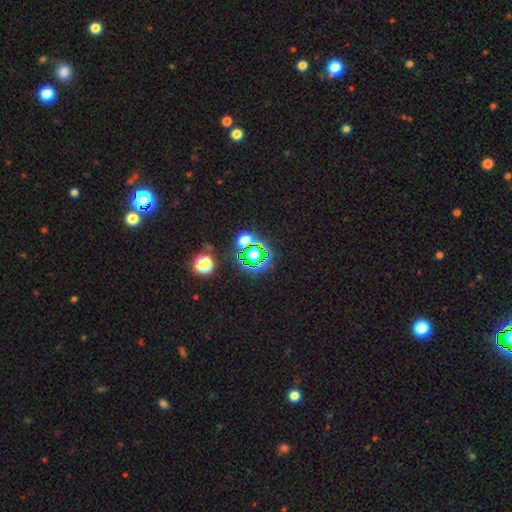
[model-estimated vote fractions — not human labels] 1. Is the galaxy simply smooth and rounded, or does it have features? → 67% star or artifact, 23% smooth, 10% featured or disk.